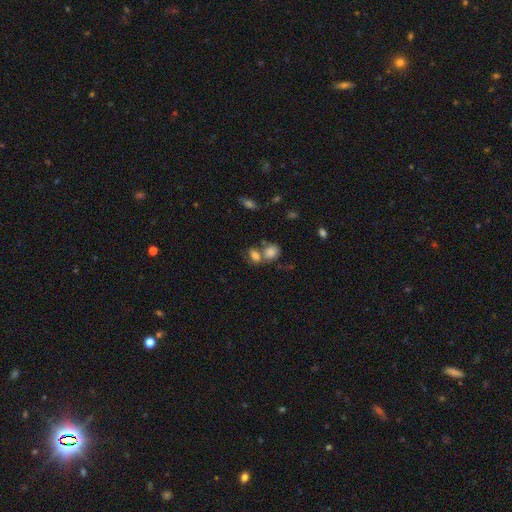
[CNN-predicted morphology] The model was most divided on "merging": merger: 46%, none: 38%, minor disturbance: 11%, major disturbance: 5%. More confident: smooth or featured — smooth (78%); how rounded — in between (70%).